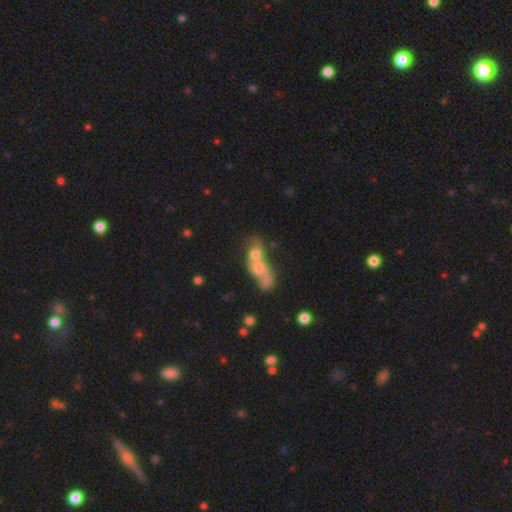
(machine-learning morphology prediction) Smooth or featured? Predicted: smooth (p=0.50). How rounded? Predicted: in between (p=0.51). Merging? Predicted: merger (p=0.71).